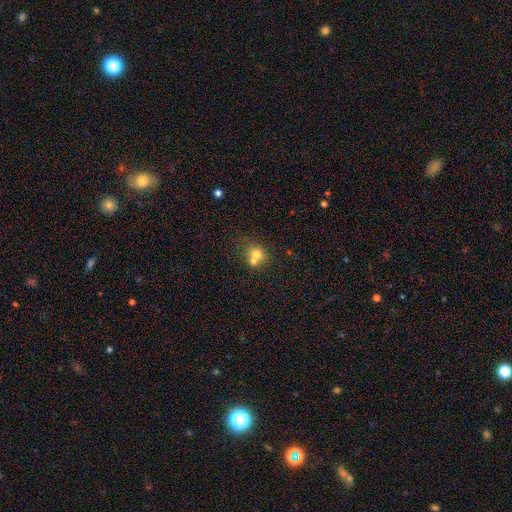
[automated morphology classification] A smooth galaxy with no disk features (67%) that is round (70%).

Vote fractions:
- Smooth or featured? smooth: 67% / featured or disk: 20% / star or artifact: 13%
- How rounded? round: 70% / in between: 29% / cigar-shaped: 1%
- Merging? merger: 58% / none: 31% / minor disturbance: 7% / major disturbance: 4%